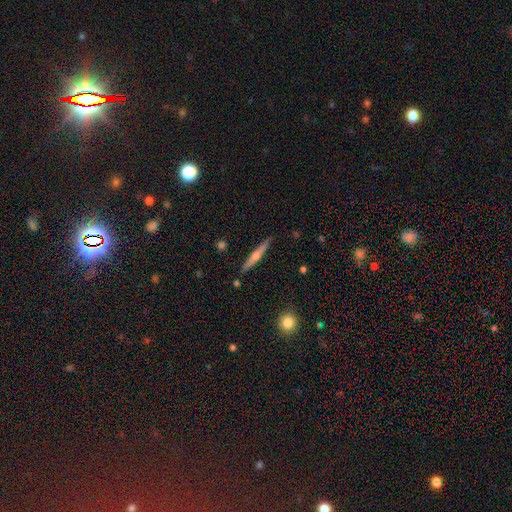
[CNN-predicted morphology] Q: Smooth or featured?
A: featured or disk (59%); runner-up: smooth (35%)
Q: Edge-on disk?
A: yes (97%); runner-up: no (3%)
Q: Edge-on bulge?
A: rounded (83%); runner-up: none (12%)
Q: Merging?
A: none (89%); runner-up: minor disturbance (8%)